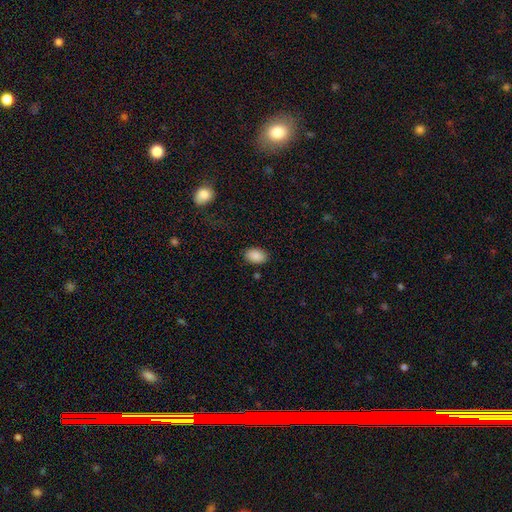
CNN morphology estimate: smooth-or-featured: smooth: 89% | star or artifact: 7% | featured or disk: 4%
  how-rounded: in between: 91% | round: 8% | cigar-shaped: 1%
  merging: none: 86% | minor disturbance: 10% | major disturbance: 3% | merger: 1%